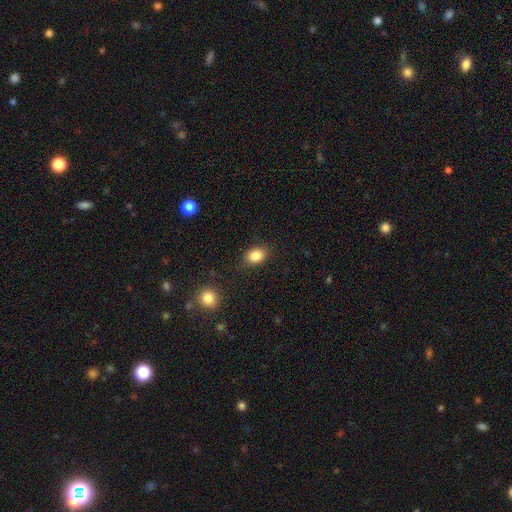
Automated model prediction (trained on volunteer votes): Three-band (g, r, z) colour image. It shows a smooth galaxy with no disk features (86%) that is in between round and cigar-shaped (70%). Merging: none (82%).